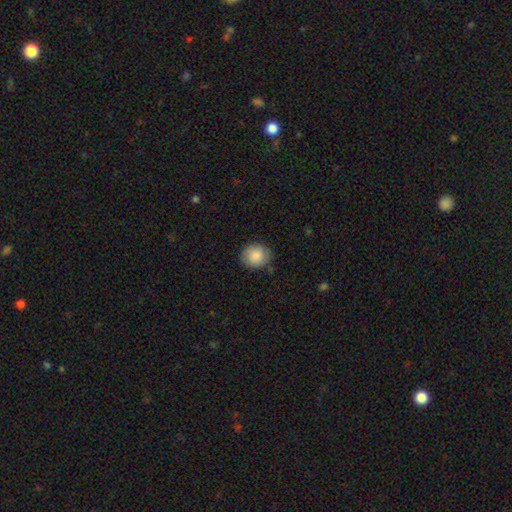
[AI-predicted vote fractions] A smooth galaxy with no disk features (87%) that is round (75%). Merging: none (85%).